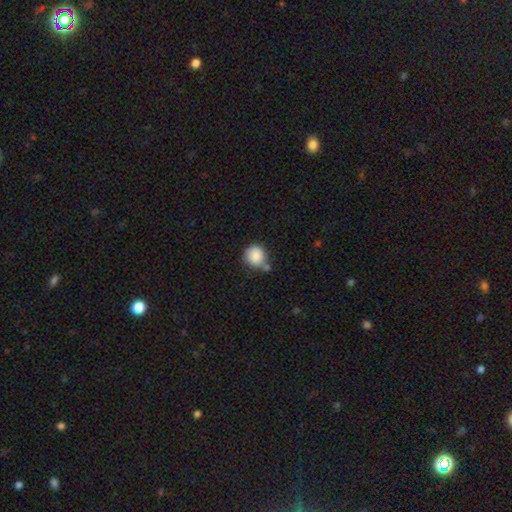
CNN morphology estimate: This is clearly a smooth galaxy (87%). How rounded: clearly round (90%). Merging: likely none (61%).